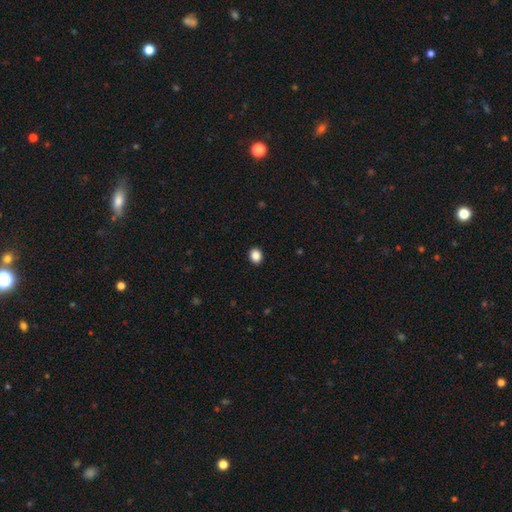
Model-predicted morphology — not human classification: Overall: smooth (87%). How rounded: round (65%; in between 34%). Merging: none (92%).